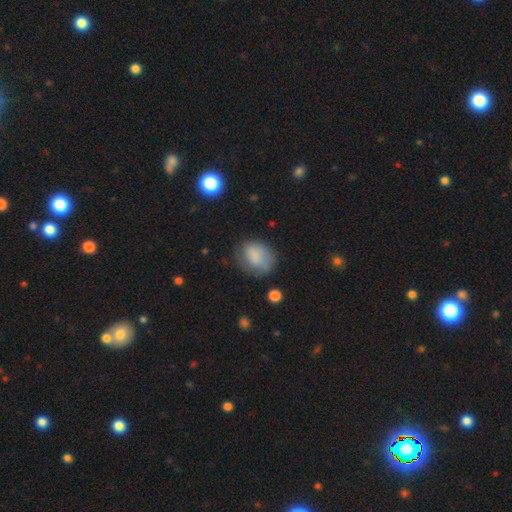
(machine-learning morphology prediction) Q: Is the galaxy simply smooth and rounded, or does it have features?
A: smooth — 81%.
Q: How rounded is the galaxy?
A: in between — 54%.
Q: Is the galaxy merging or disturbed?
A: none — 62%.